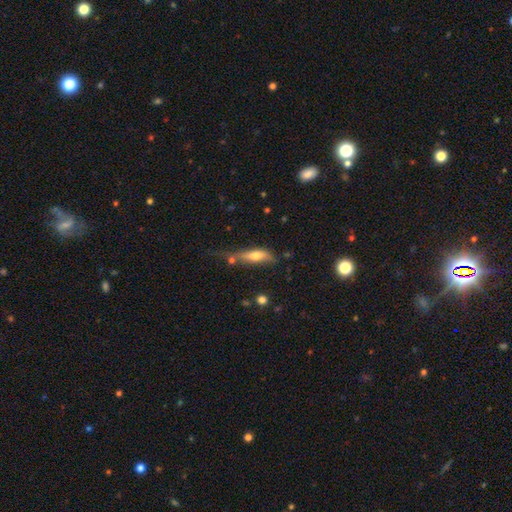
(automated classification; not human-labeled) smooth_or_featured: smooth (p=0.59) [alt: featured or disk p=0.33]
how_rounded: cigar-shaped (p=0.53) [alt: in between p=0.44]
merging: none (p=0.43) [alt: minor disturbance p=0.29]